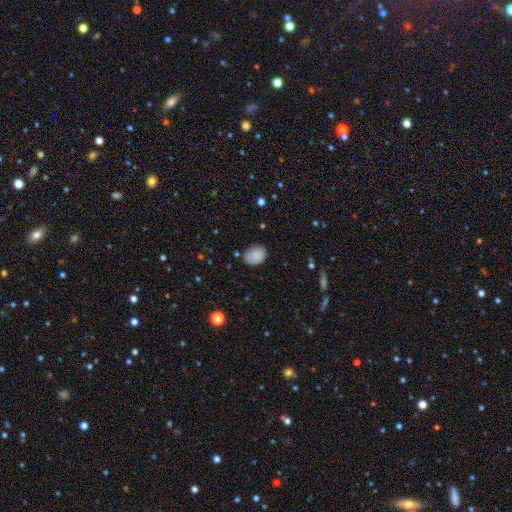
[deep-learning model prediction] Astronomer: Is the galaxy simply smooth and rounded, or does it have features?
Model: smooth — 85%.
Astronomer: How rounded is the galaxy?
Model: in between — 65%.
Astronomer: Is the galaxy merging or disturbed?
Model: none — 75%.